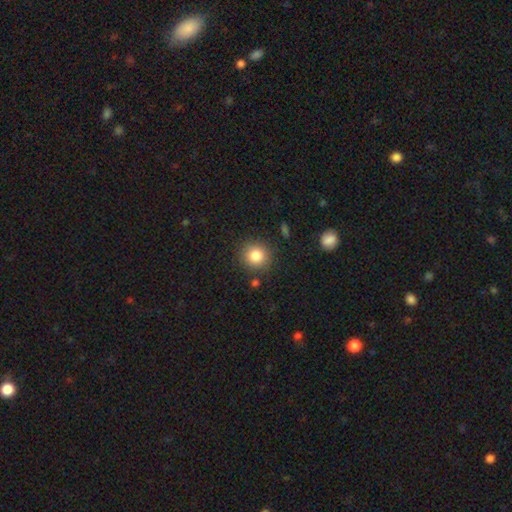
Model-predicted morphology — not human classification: A smooth galaxy with no disk features (84%) that is round (90%).

Vote fractions:
- Smooth or featured? smooth: 84% / star or artifact: 10% / featured or disk: 6%
- How rounded? round: 90% / in between: 9% / cigar-shaped: 1%
- Merging? none: 87% / minor disturbance: 8% / major disturbance: 3% / merger: 3%